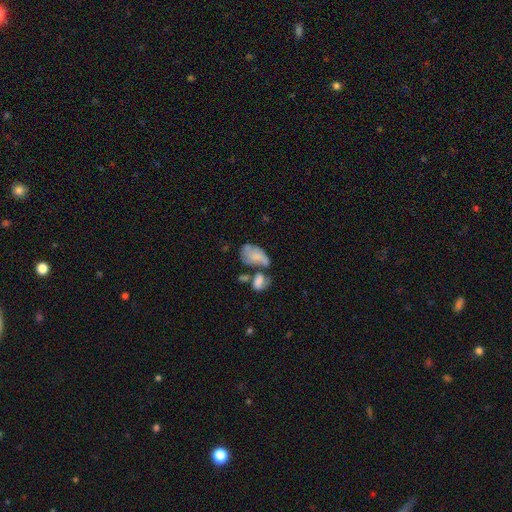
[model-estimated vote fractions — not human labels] This appears to be a smooth galaxy with no disk features (59%) that is in between round and cigar-shaped (89%). Merging: merger (42%).